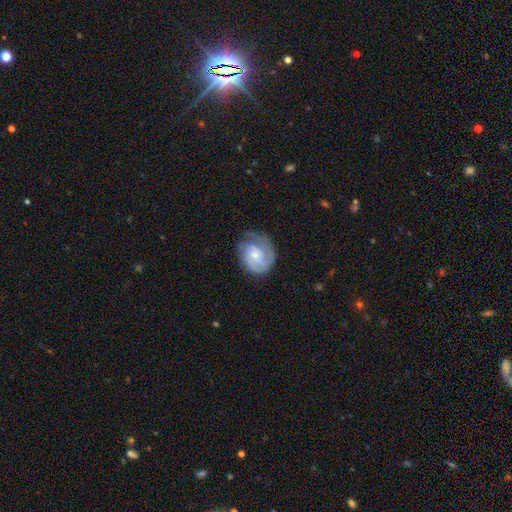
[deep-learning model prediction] Overall: featured or disk (67%). Edge-on disk: no (98%). Bar: no (58%; weak 36%). Spiral arms: yes (91%). Spiral arm count: 2 (35%; can't tell 28%). Spiral winding: tight (51%; medium 36%). Bulge size: small (58%; moderate 33%). Merging: none (59%; minor disturbance 25%).